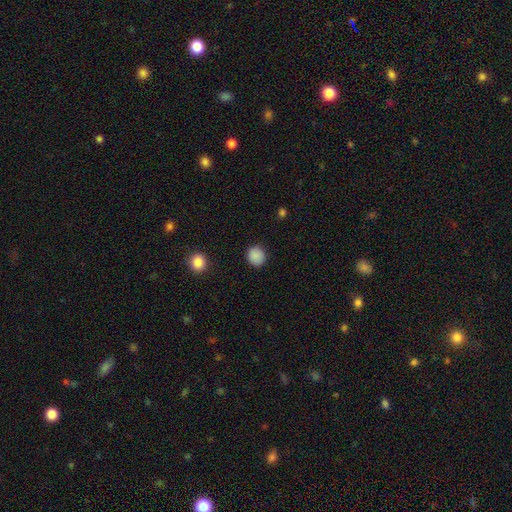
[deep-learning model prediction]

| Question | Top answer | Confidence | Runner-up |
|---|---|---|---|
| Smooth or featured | smooth | 88% | star or artifact (9%) |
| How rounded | round | 85% | in between (14%) |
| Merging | none | 89% | minor disturbance (7%) |